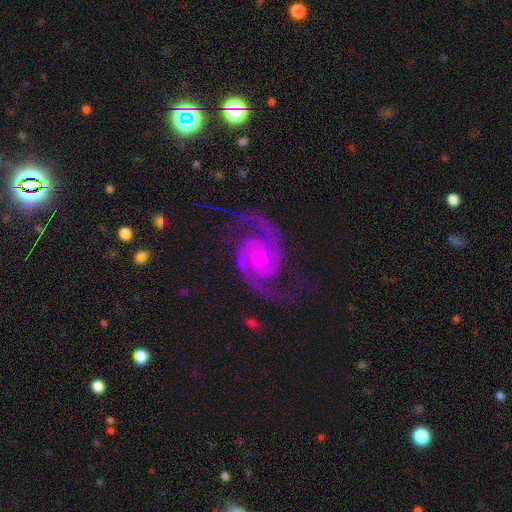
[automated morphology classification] Smooth or featured? featured or disk (92%)
Edge-on disk? no (98%)
Bar? no (70%)
Spiral arms? yes (99%)
Spiral winding? medium (56%)
Spiral arm count? 2 (92%)
Bulge size? small (68%)
Merging? none (79%)